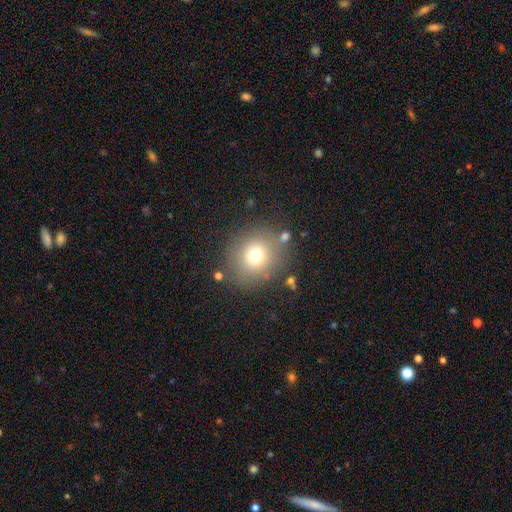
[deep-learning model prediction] A smooth galaxy with no disk features (71%) that is round (83%).

Vote fractions:
- Smooth or featured? smooth: 71% / star or artifact: 16% / featured or disk: 14%
- How rounded? round: 83% / in between: 16% / cigar-shaped: 1%
- Merging? none: 79% / minor disturbance: 11% / major disturbance: 6% / merger: 4%